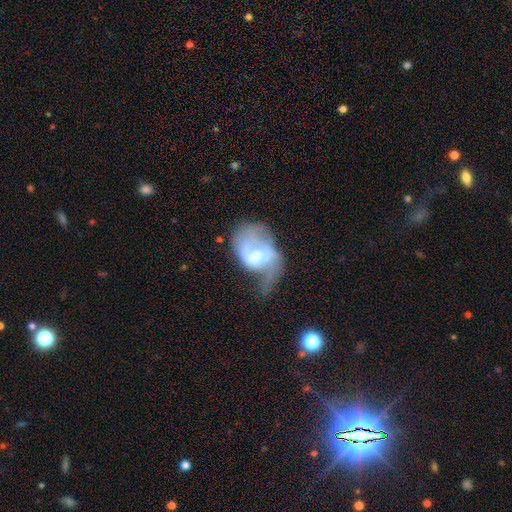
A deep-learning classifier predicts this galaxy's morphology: smooth-or-featured: featured or disk: 67% | smooth: 26% | star or artifact: 7%
  disk-edge-on: no: 97% | yes: 3%
    bar: weak: 51% | no: 36% | strong: 13%
    has-spiral-arms: yes: 78% | no: 22%
      spiral-winding: loose: 53% | medium: 34% | tight: 13%
      spiral-arm-count: 2: 47% | 1: 36% | can't tell: 12% | 3: 2% | 4: 1% | more than 4: 1%
    bulge-size: moderate: 57% | small: 20% | large: 16% | none: 5% | dominant: 2%
  merging: major disturbance: 48% | minor disturbance: 25% | none: 21% | merger: 6%